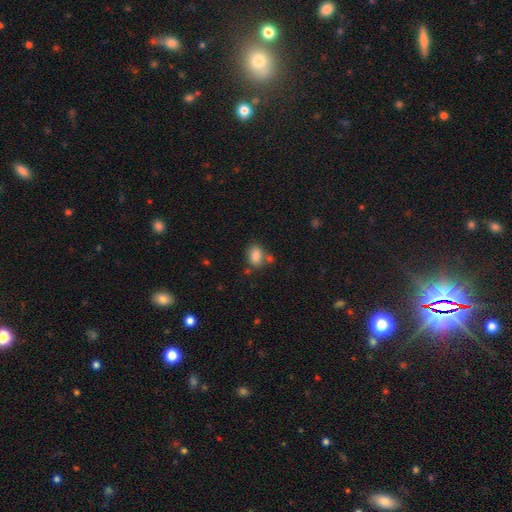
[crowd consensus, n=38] Volunteers were most divided on "how rounded": in between: 71%, round: 29%, cigar-shaped: 0%. More confident: smooth or featured — smooth (92%); merging — none (83%).